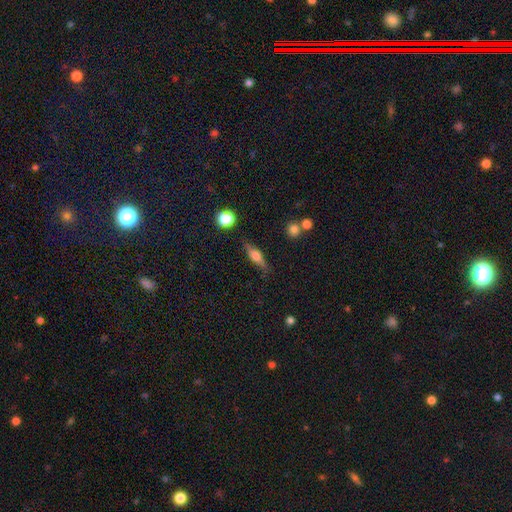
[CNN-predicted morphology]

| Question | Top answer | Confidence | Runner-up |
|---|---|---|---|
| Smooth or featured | featured or disk | 51% | smooth (40%) |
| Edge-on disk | yes | 92% | no (8%) |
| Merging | none | 80% | minor disturbance (14%) |